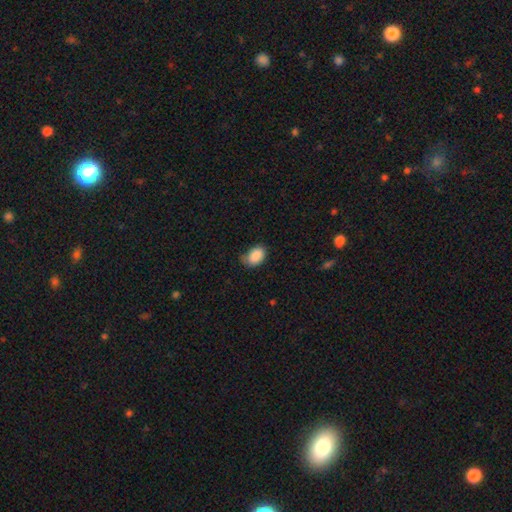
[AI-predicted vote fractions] smooth-or-featured: smooth: 88% | star or artifact: 7% | featured or disk: 5%
  how-rounded: in between: 82% | round: 17% | cigar-shaped: 1%
  merging: none: 59% | minor disturbance: 32% | major disturbance: 7% | merger: 2%